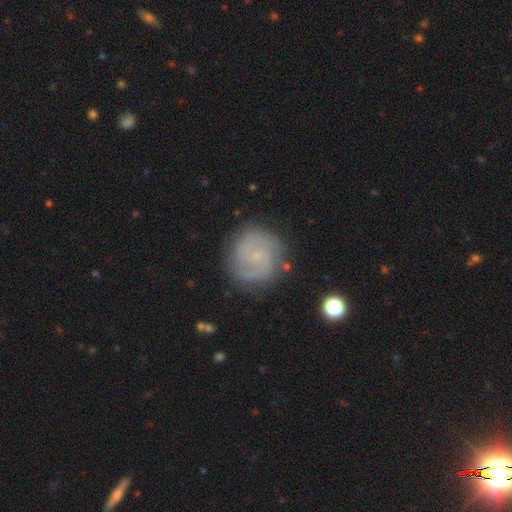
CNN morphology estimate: smooth_or_featured: featured or disk (p=0.78) [alt: smooth p=0.15]
disk_edge_on: no (p=0.98) [alt: yes p=0.02]
bar: no (p=0.59) [alt: weak p=0.35]
has_spiral_arms: yes (p=0.95) [alt: no p=0.05]
spiral_winding: tight (p=0.48) [alt: medium p=0.40]
spiral_arm_count: 2 (p=0.68) [alt: can't tell p=0.13]
bulge_size: small (p=0.74) [alt: none p=0.16]
merging: none (p=0.82) [alt: minor disturbance p=0.12]